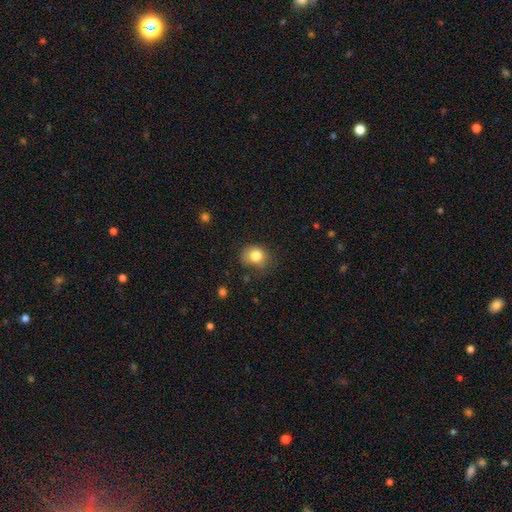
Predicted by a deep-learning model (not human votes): smooth_or_featured: smooth (p=0.82) [alt: star or artifact p=0.10]
how_rounded: round (p=0.64) [alt: in between p=0.36]
merging: none (p=0.61) [alt: minor disturbance p=0.28]